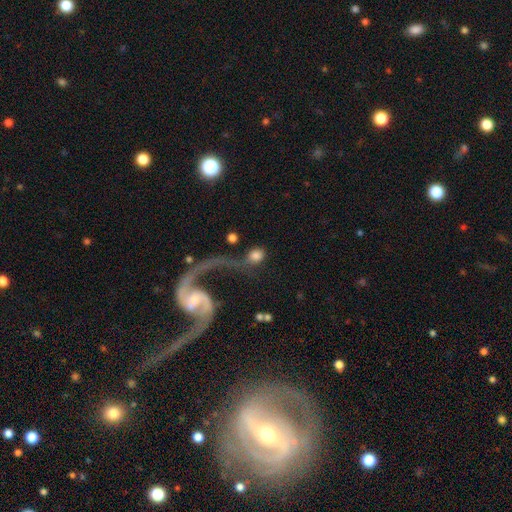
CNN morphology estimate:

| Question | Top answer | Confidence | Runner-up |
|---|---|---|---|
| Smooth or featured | smooth | 68% | featured or disk (22%) |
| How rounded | round | 69% | in between (29%) |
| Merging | none | 37% | major disturbance (26%) |